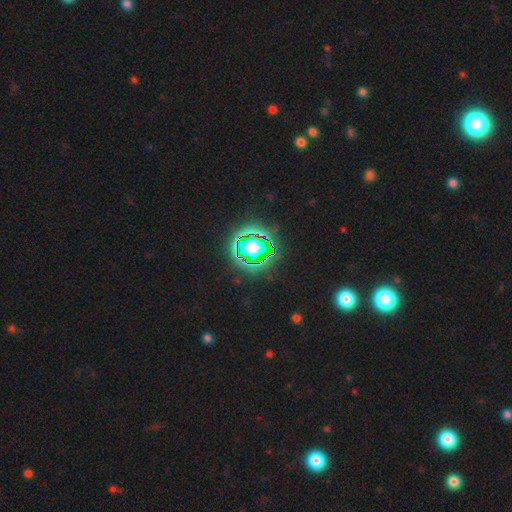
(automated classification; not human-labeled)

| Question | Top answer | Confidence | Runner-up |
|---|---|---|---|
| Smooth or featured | star or artifact | 79% | smooth (14%) |